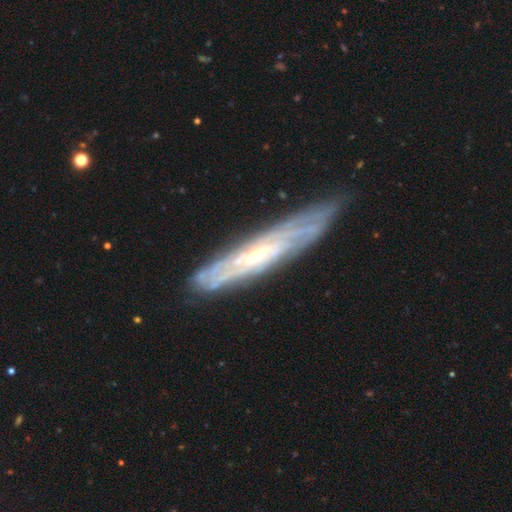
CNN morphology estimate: Smooth or featured?
  - featured or disk: 81% *
  - smooth: 13%
  - star or artifact: 6%
Edge-on disk?
  - no: 51% *
  - yes: 49%
Merging?
  - none: 78% *
  - minor disturbance: 17%
  - major disturbance: 4%
  - merger: 2%